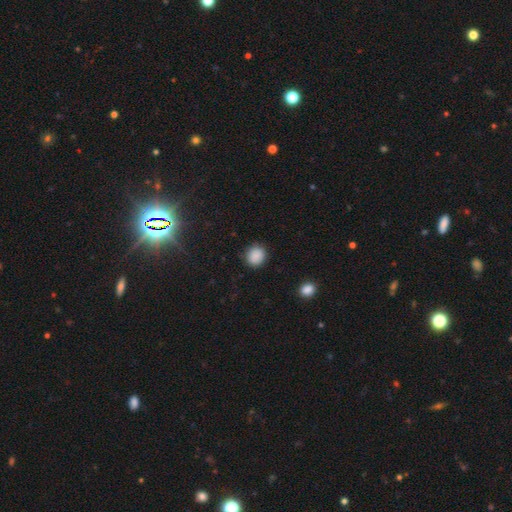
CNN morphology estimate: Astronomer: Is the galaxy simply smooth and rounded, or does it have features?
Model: smooth — 88%.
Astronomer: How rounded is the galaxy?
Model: round — 81%.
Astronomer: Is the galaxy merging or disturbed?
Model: none — 86%.